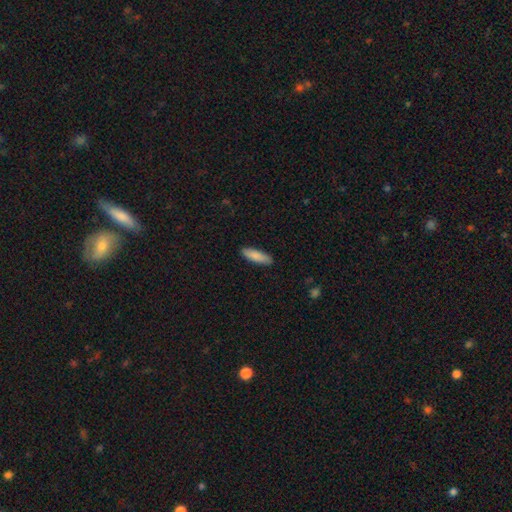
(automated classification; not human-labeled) This is clearly a smooth galaxy (87%). How rounded: possibly cigar-shaped (54%). Merging: clearly none (89%).